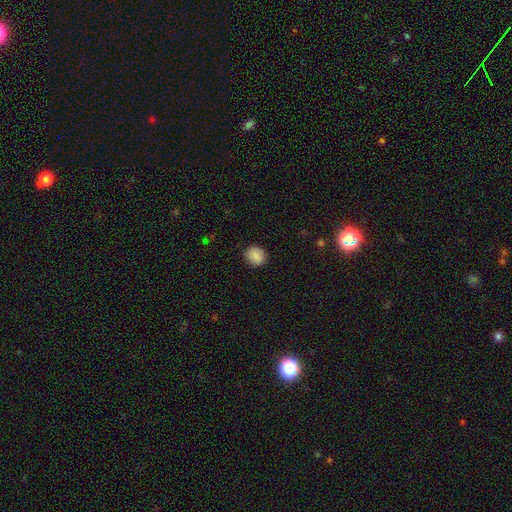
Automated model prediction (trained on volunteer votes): Smooth or featured? smooth (86%)
How rounded? round (74%)
Merging? none (87%)